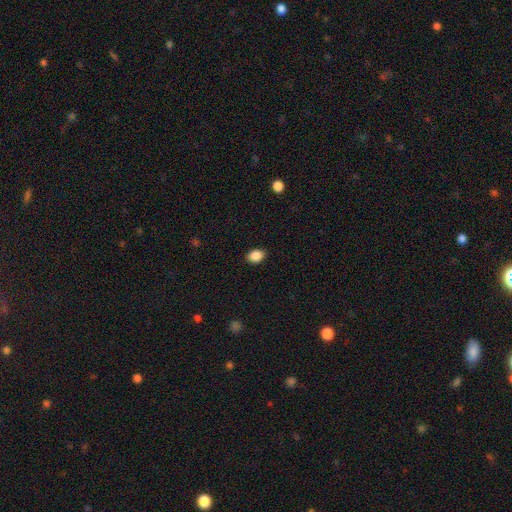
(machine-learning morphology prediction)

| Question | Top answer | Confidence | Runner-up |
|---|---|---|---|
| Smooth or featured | smooth | 89% | star or artifact (8%) |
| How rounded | in between | 71% | round (28%) |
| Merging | none | 88% | minor disturbance (9%) |